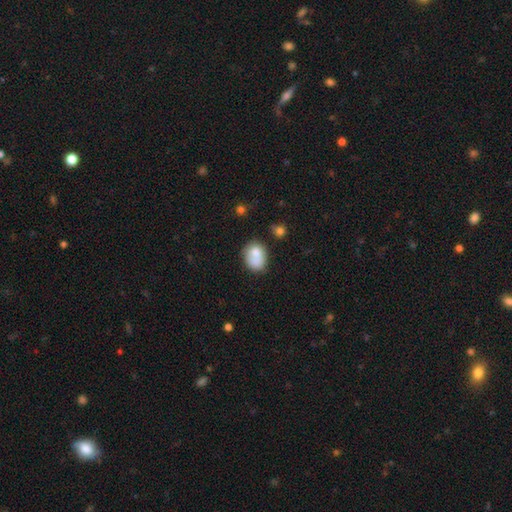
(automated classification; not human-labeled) smooth-or-featured: smooth: 76% | featured or disk: 15% | star or artifact: 8%
  how-rounded: in between: 58% | round: 41% | cigar-shaped: 1%
  merging: none: 48% | merger: 24% | minor disturbance: 21% | major disturbance: 7%